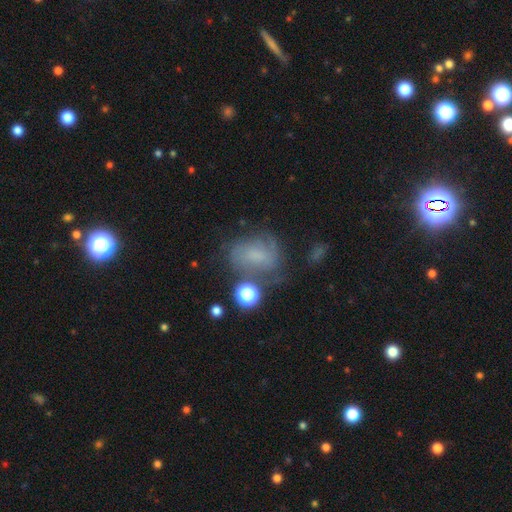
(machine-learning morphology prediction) The model was most divided on "bar": no: 49%, weak: 40%, strong: 11%. Remaining: edge-on disk — no (97%); spiral arms — yes (81%); smooth or featured — featured or disk (57%); merging — none (51%); bulge size — none (43%).